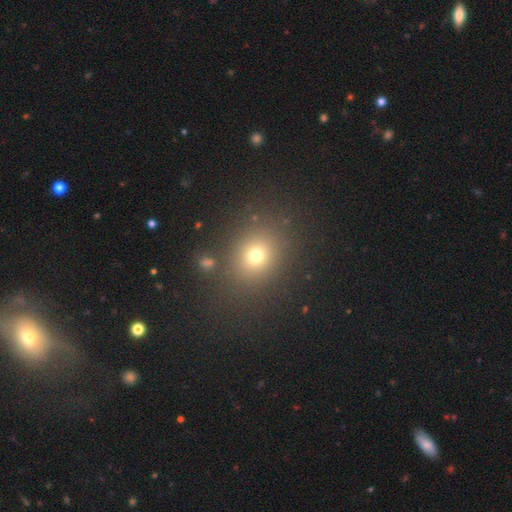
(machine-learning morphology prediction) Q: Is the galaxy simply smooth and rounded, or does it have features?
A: smooth — 71%.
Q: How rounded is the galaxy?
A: round — 69%.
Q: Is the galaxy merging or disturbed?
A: none — 81%.